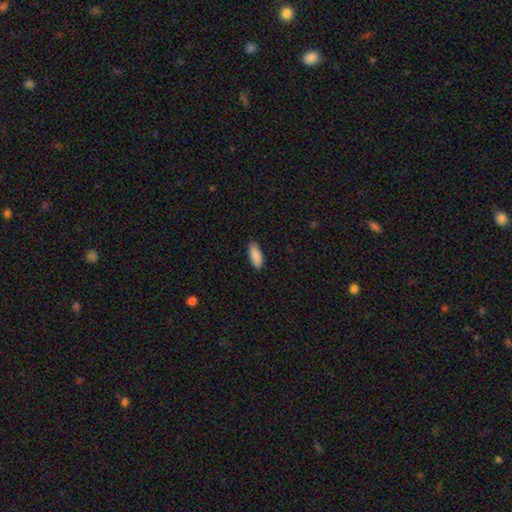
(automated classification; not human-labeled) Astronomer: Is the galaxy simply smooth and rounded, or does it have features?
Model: smooth — 90%.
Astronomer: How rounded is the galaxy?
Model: in between — 78%.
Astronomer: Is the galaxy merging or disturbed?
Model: none — 88%.